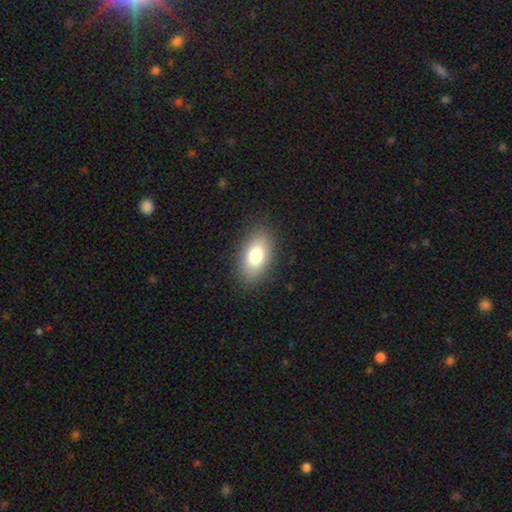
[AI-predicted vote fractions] smooth_or_featured: smooth (p=0.80) [alt: featured or disk p=0.12]
how_rounded: in between (p=0.92) [alt: round p=0.06]
merging: none (p=0.87) [alt: minor disturbance p=0.09]